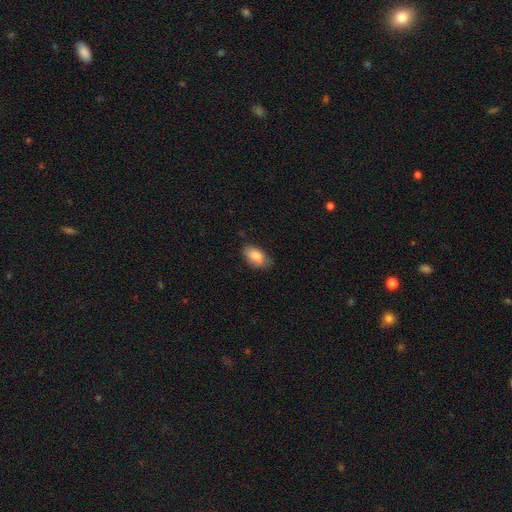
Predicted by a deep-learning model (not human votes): Smooth or featured? smooth (84%)
How rounded? in between (92%)
Merging? none (69%)